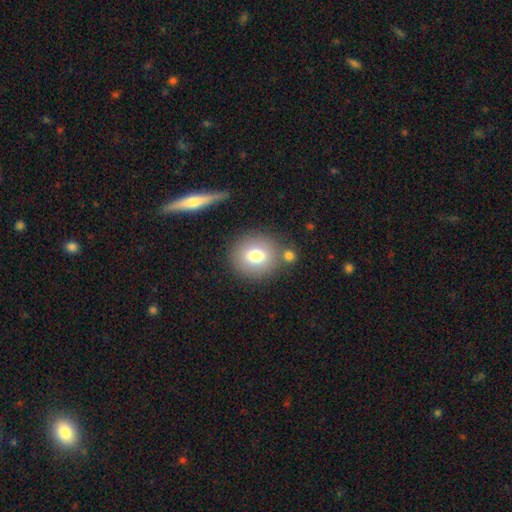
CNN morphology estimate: type=smooth (75%); roundness=round (81%); merging=none (75%).